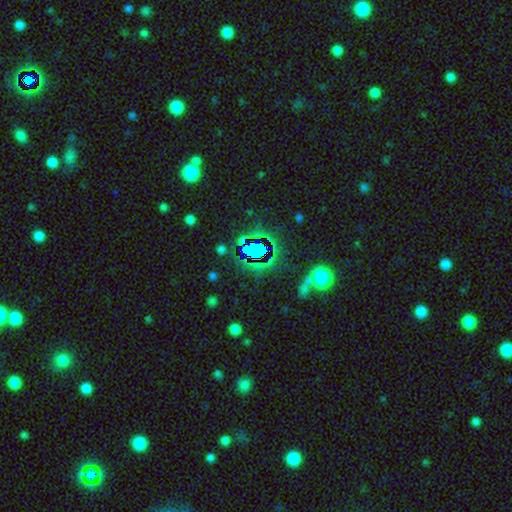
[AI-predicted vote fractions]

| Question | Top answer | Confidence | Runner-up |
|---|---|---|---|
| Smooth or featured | star or artifact | 69% | smooth (20%) |